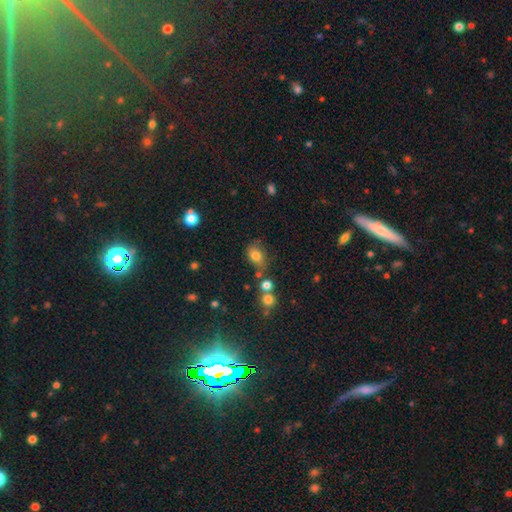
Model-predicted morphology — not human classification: Smooth or featured: smooth — 77% (star or artifact — 13%)
How rounded: in between — 69% (round — 30%)
Merging: none — 60% (minor disturbance — 21%)